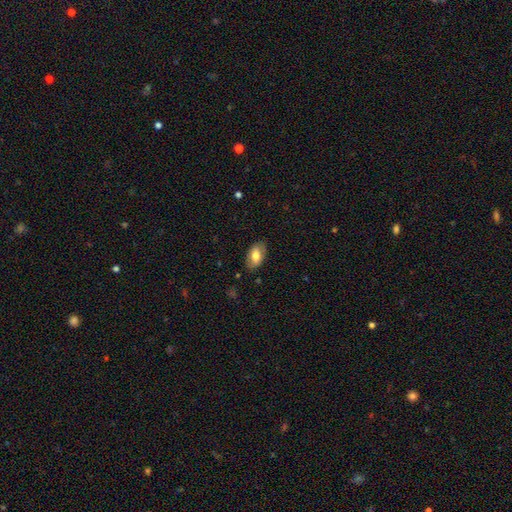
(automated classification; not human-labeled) A smooth galaxy with no disk features (70%) that is in between round and cigar-shaped (93%). Merging: none (82%).